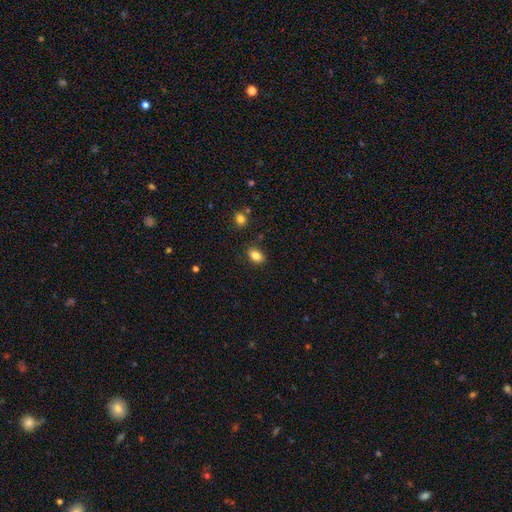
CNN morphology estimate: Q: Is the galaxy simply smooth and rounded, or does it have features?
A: smooth — 84%.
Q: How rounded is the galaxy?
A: in between — 85%.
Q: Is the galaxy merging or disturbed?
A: none — 85%.